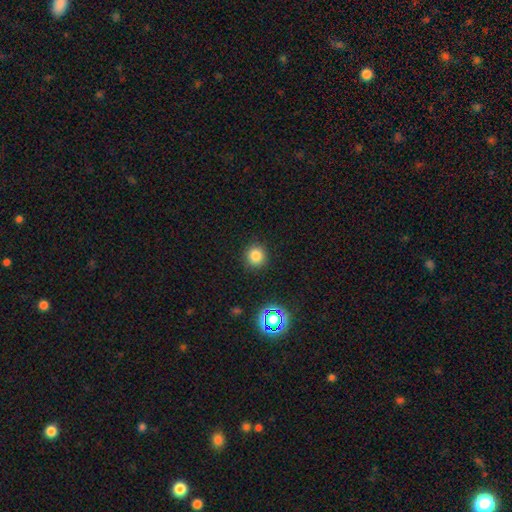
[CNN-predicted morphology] A smooth galaxy with no disk features (81%) that is round (91%).

Vote fractions:
- Smooth or featured? smooth: 81% / star or artifact: 14% / featured or disk: 5%
- How rounded? round: 91% / in between: 8% / cigar-shaped: 1%
- Merging? none: 90% / minor disturbance: 7% / major disturbance: 2% / merger: 1%